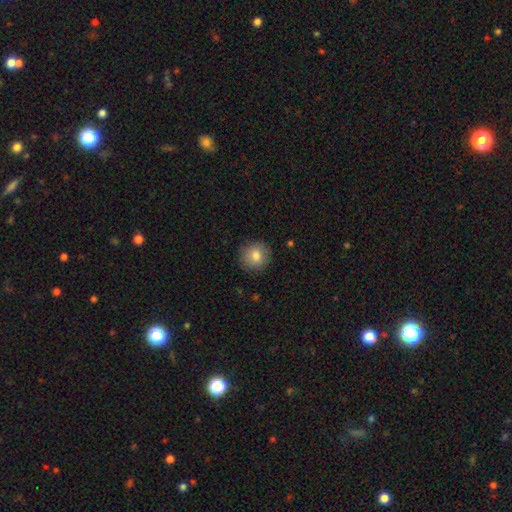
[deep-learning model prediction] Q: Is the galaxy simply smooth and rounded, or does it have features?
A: smooth — 82%.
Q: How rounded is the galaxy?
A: round — 91%.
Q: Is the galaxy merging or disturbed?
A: none — 89%.